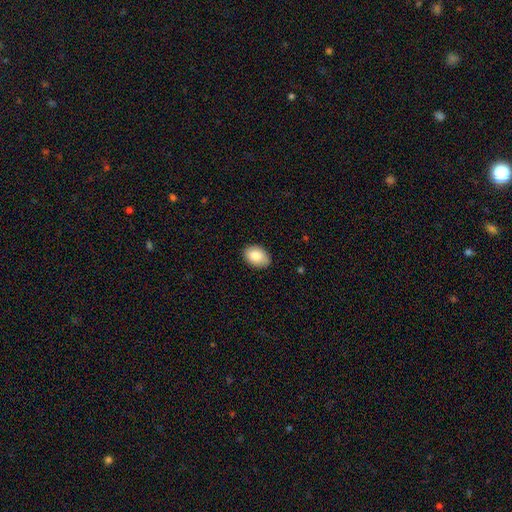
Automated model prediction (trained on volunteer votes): smooth-or-featured: smooth: 85% | featured or disk: 8% | star or artifact: 7%
  how-rounded: in between: 82% | round: 17% | cigar-shaped: 1%
  merging: none: 83% | minor disturbance: 13% | major disturbance: 2% | merger: 1%